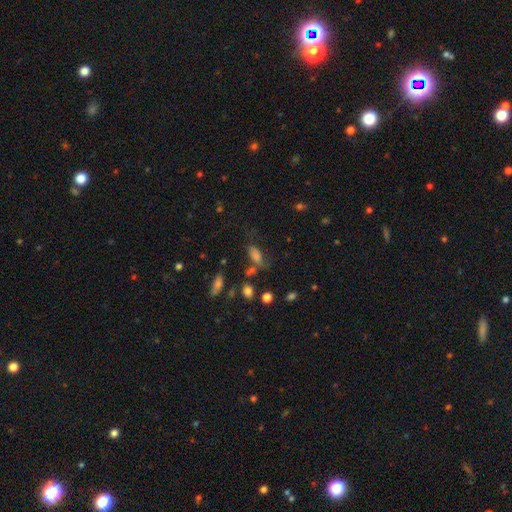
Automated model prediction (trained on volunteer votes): Smooth or featured?
  - smooth: 55% *
  - featured or disk: 23%
  - star or artifact: 22%
How rounded?
  - in between: 77% *
  - cigar-shaped: 14%
  - round: 9%
Merging?
  - none: 45% *
  - major disturbance: 22%
  - minor disturbance: 22%
  - merger: 11%